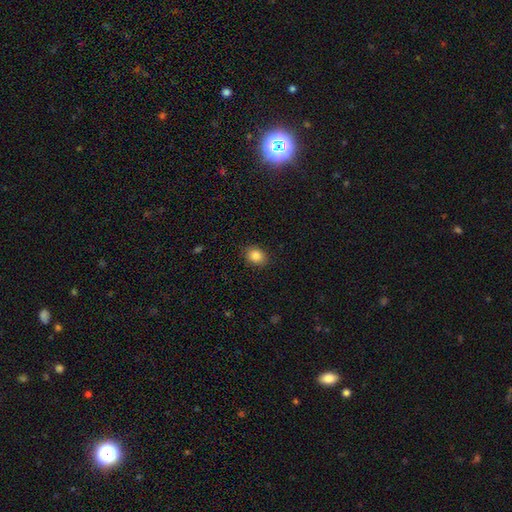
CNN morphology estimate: Smooth or featured? Predicted: smooth (p=0.86). How rounded? Predicted: in between (p=0.55). Merging? Predicted: none (p=0.86).